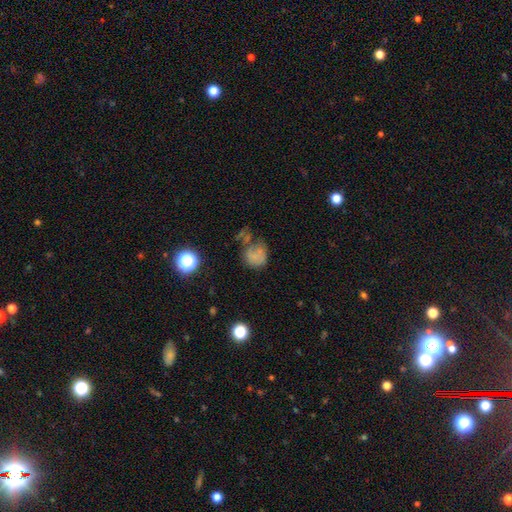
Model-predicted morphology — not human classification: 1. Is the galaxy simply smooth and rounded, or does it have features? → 60% smooth, 22% featured or disk, 18% star or artifact.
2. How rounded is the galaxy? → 69% round, 30% in between, 1% cigar-shaped.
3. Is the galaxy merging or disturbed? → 37% none, 23% major disturbance, 23% minor disturbance, 17% merger.